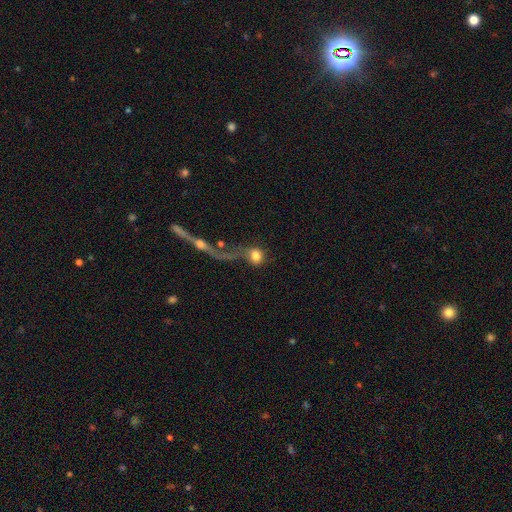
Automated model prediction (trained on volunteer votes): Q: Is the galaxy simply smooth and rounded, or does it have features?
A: smooth — 70%.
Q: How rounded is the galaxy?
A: round — 74%.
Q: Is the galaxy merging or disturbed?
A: merger — 36%.